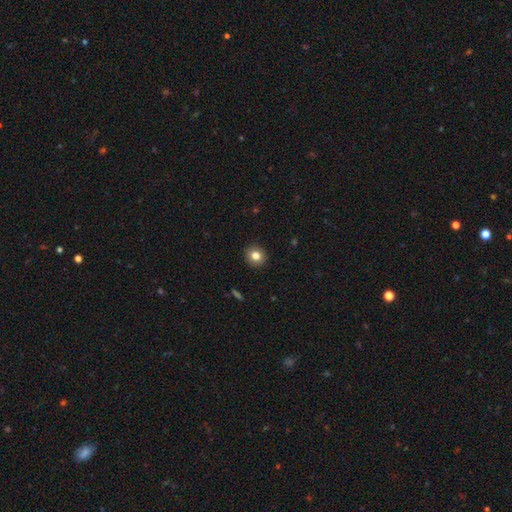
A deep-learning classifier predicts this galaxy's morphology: Smooth or featured: smooth — 82% (star or artifact — 10%)
How rounded: round — 86% (in between — 13%)
Merging: none — 91% (minor disturbance — 6%)